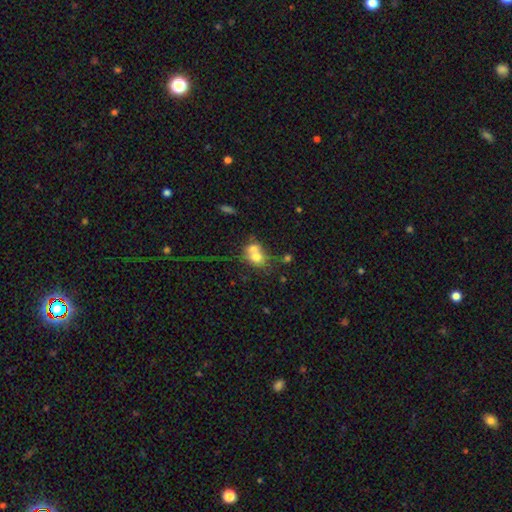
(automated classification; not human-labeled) smooth-or-featured: smooth: 66% | featured or disk: 22% | star or artifact: 12%
  how-rounded: round: 60% | in between: 38% | cigar-shaped: 1%
  merging: merger: 62% | none: 25% | minor disturbance: 8% | major disturbance: 5%